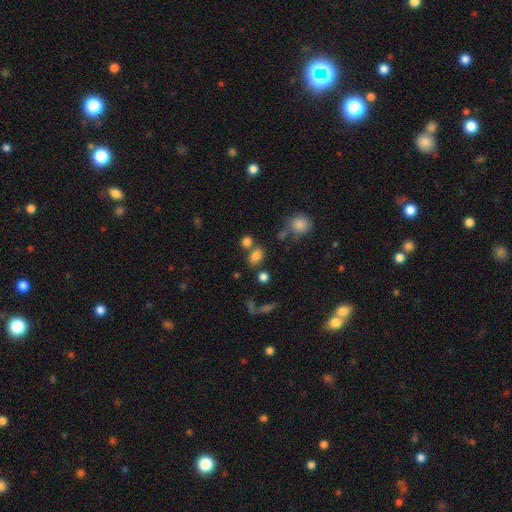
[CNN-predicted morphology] Smooth or featured: smooth — 79% (star or artifact — 14%)
How rounded: in between — 70% (round — 28%)
Merging: none — 62% (merger — 21%)